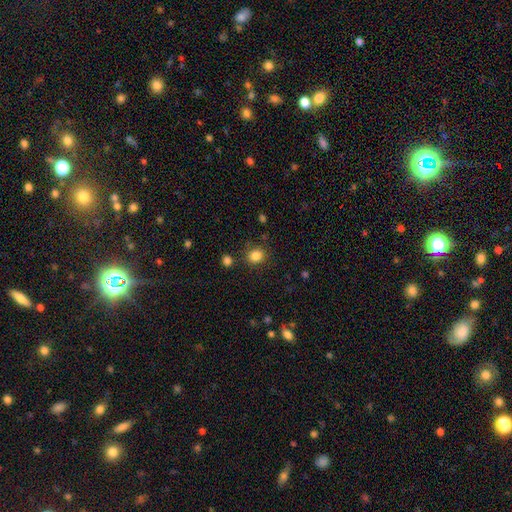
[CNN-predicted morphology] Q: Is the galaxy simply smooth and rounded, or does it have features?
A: smooth — 84%.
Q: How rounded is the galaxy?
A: round — 76%.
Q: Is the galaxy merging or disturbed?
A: none — 83%.